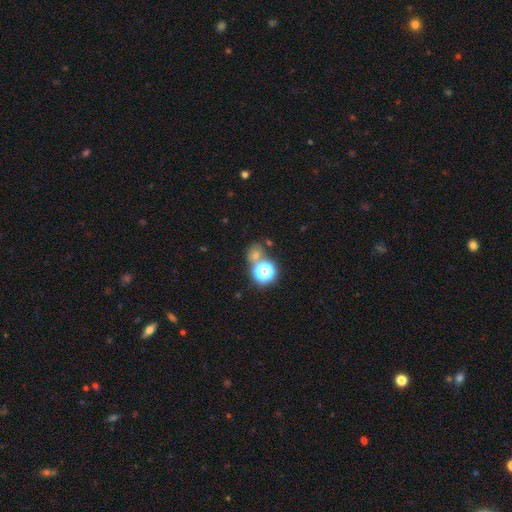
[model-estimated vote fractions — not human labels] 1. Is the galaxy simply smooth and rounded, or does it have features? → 51% star or artifact, 40% smooth, 9% featured or disk.